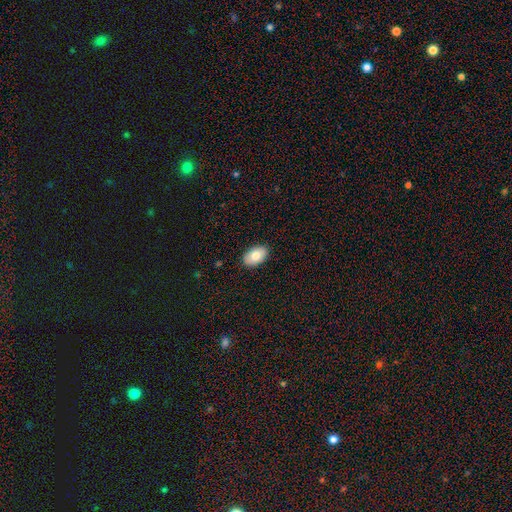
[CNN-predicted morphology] type=smooth (78%); roundness=in between (92%); merging=none (89%).